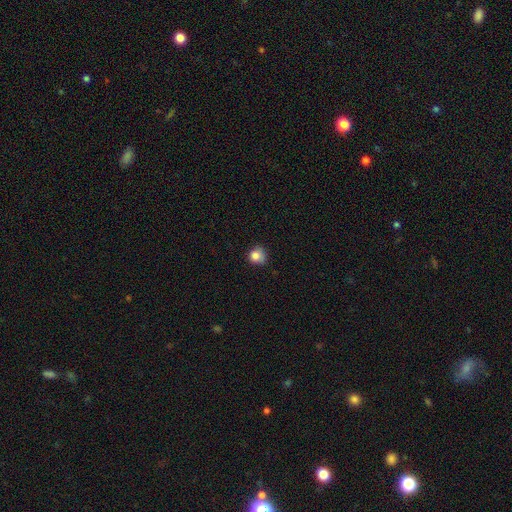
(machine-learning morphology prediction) smooth_or_featured: smooth (p=0.82) [alt: star or artifact p=0.11]
how_rounded: round (p=0.84) [alt: in between p=0.15]
merging: none (p=0.65) [alt: minor disturbance p=0.27]